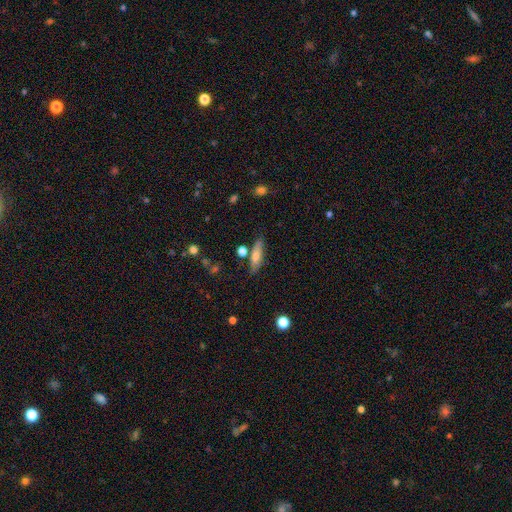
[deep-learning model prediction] Smooth or featured: smooth — 66% (featured or disk — 26%)
How rounded: cigar-shaped — 61% (in between — 36%)
Merging: none — 76% (minor disturbance — 14%)